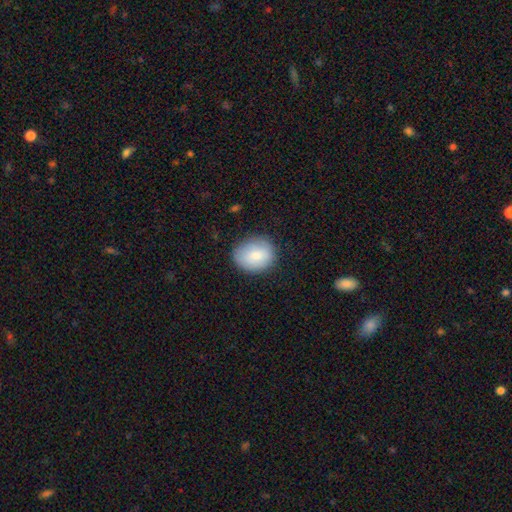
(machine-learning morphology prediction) type=smooth (80%); roundness=round (57%); merging=none (80%).